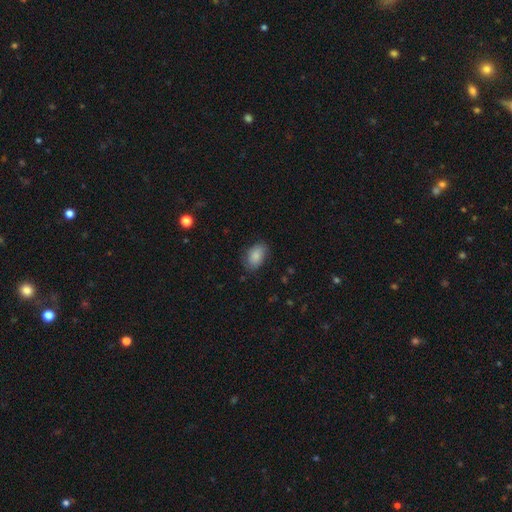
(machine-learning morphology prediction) Smooth or featured? smooth (84%)
How rounded? in between (88%)
Merging? none (76%)